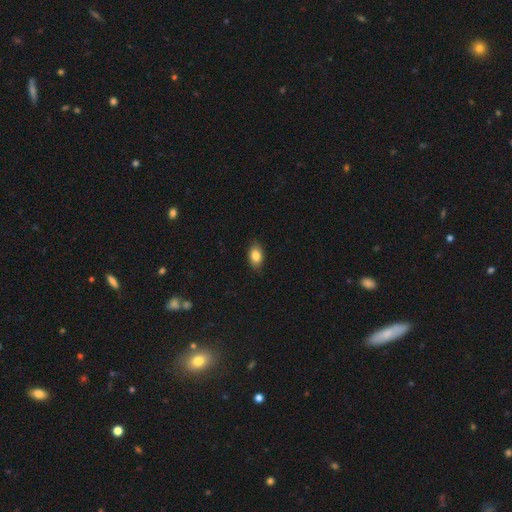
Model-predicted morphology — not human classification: Q: Smooth or featured?
A: smooth (84%); runner-up: star or artifact (8%)
Q: How rounded?
A: in between (87%); runner-up: round (11%)
Q: Merging?
A: none (86%); runner-up: minor disturbance (11%)